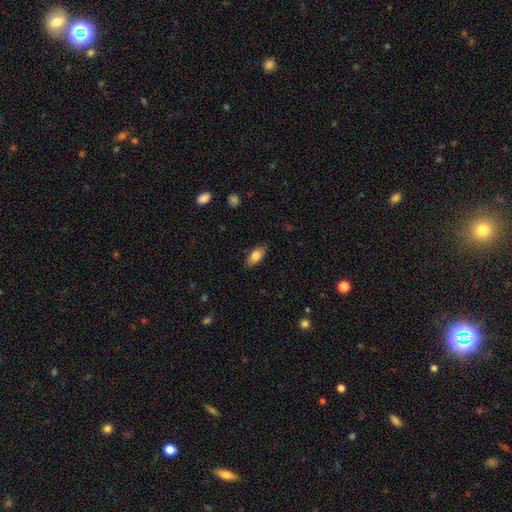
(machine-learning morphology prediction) Overall: smooth (83%). How rounded: in between (88%). Merging: none (85%).